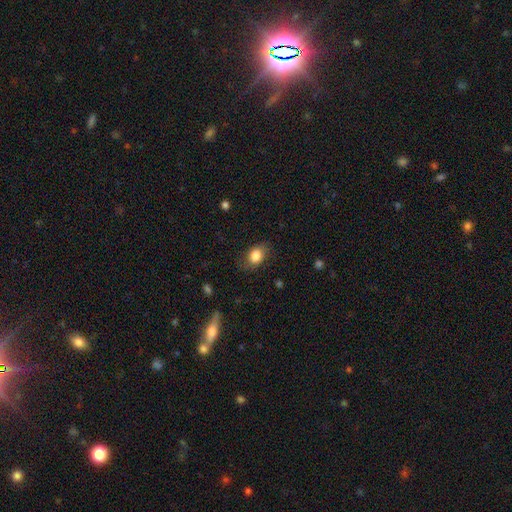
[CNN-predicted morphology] Smooth or featured?
  - smooth: 84% *
  - featured or disk: 8%
  - star or artifact: 8%
How rounded?
  - in between: 69% *
  - round: 30%
  - cigar-shaped: 1%
Merging?
  - none: 77% *
  - minor disturbance: 17%
  - major disturbance: 5%
  - merger: 1%